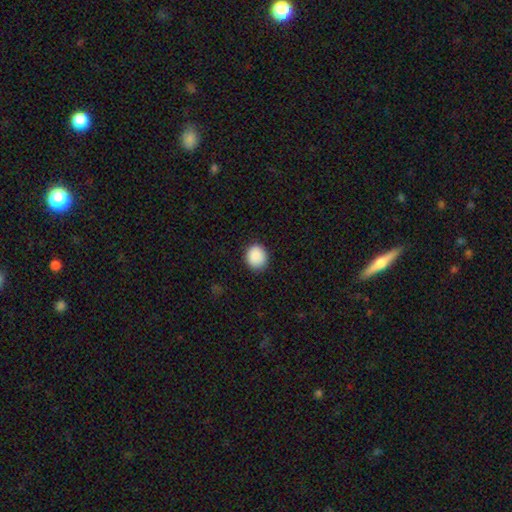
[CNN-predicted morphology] smooth_or_featured: smooth (p=0.90) [alt: star or artifact p=0.08]
how_rounded: round (p=0.73) [alt: in between p=0.26]
merging: none (p=0.88) [alt: minor disturbance p=0.09]